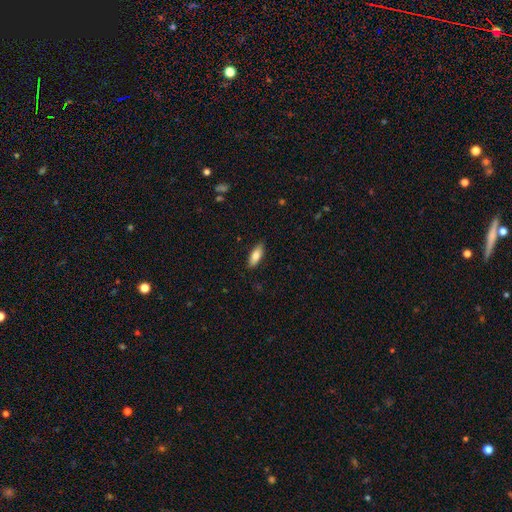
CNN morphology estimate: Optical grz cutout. It shows a smooth galaxy with no disk features (80%) that is in between round and cigar-shaped (72%). Merging: none (86%).